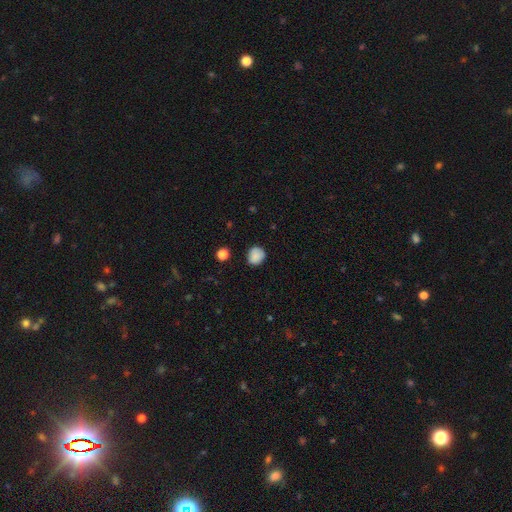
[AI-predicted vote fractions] Morphology: type=smooth (85%); roundness=round (75%); merging=none (77%).